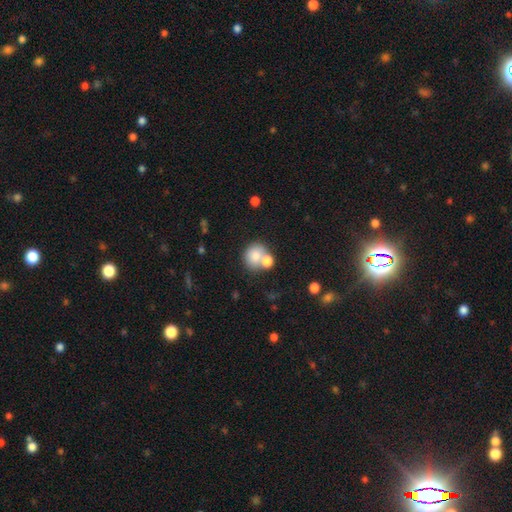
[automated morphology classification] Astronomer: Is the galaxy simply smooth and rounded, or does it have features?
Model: smooth — 77%.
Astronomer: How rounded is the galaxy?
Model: round — 70%.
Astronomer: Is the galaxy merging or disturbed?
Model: none — 44% (runner-up: merger, 41%).